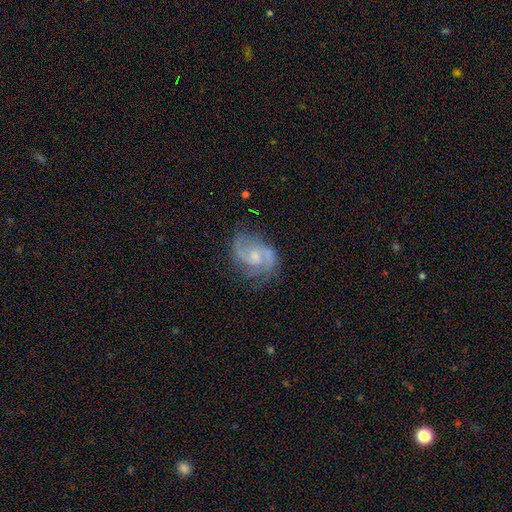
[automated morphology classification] Smooth or featured? Predicted: featured or disk (p=0.86). Edge-on disk? Predicted: no (p=0.98). Bar? Predicted: no (p=0.47). Spiral arms? Predicted: yes (p=0.96). Spiral winding? Predicted: medium (p=0.54). Spiral arm count? Predicted: 2 (p=0.80). Bulge size? Predicted: small (p=0.51). Merging? Predicted: none (p=0.69).